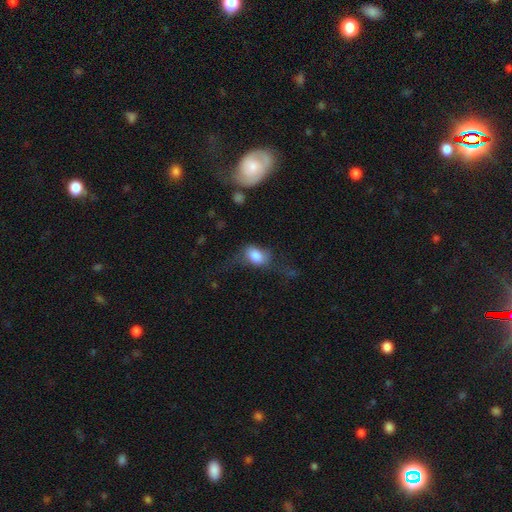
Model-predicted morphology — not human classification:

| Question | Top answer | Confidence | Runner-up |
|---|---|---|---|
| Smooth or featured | smooth | 74% | featured or disk (17%) |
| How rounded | in between | 78% | round (19%) |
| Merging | major disturbance | 37% | none (35%) |